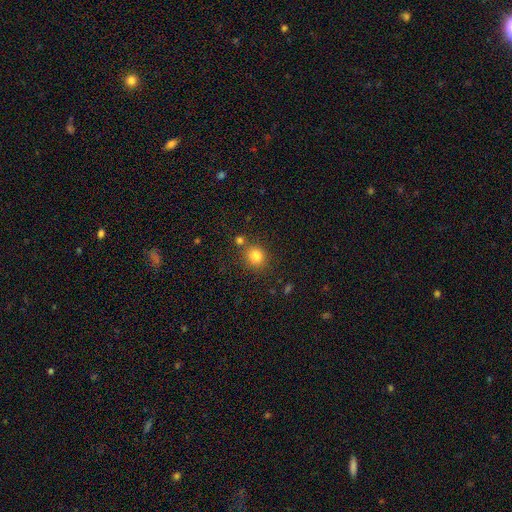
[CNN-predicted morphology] smooth_or_featured: smooth (p=0.82) [alt: star or artifact p=0.12]
how_rounded: round (p=0.81) [alt: in between p=0.18]
merging: none (p=0.73) [alt: merger p=0.13]